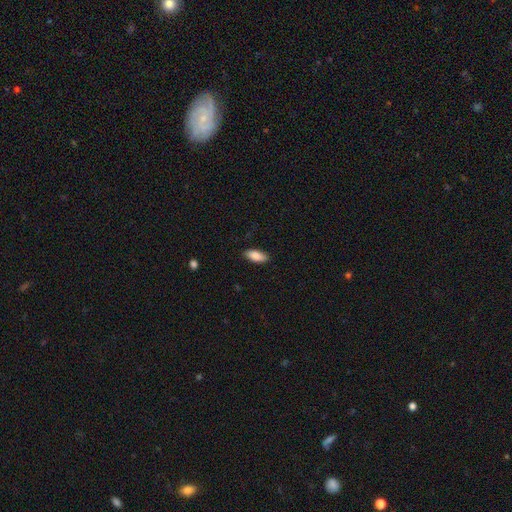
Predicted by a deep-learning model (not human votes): smooth_or_featured: smooth (p=0.86) [alt: featured or disk p=0.08]
how_rounded: in between (p=0.84) [alt: cigar-shaped p=0.14]
merging: none (p=0.86) [alt: minor disturbance p=0.11]